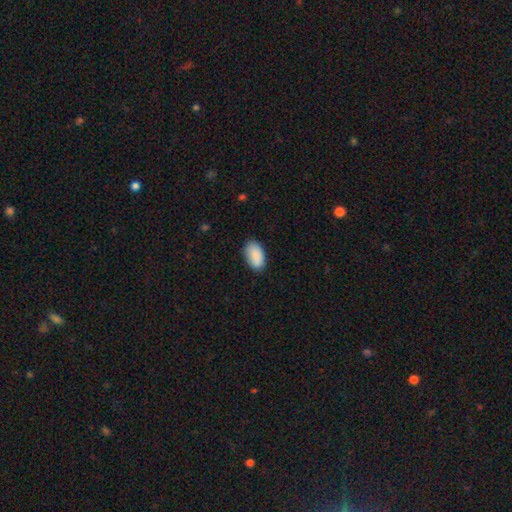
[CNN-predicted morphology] The model was most divided on "merging": none: 83%, minor disturbance: 13%, major disturbance: 2%, merger: 1%. More confident: how rounded — in between (94%); smooth or featured — smooth (89%).